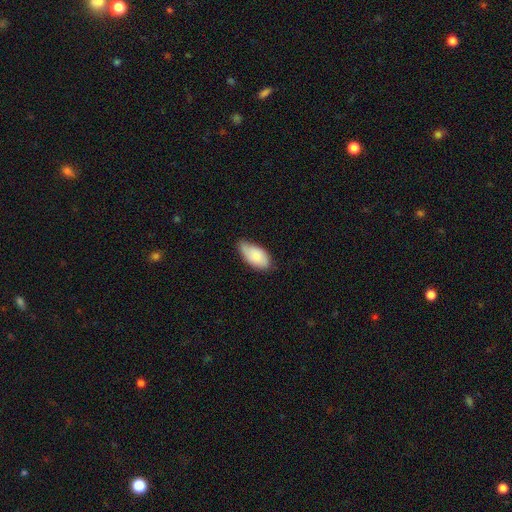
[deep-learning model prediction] The model was most divided on "merging": none: 48%, minor disturbance: 43%, major disturbance: 7%, merger: 2%. More confident: how rounded — in between (94%); smooth or featured — smooth (78%).